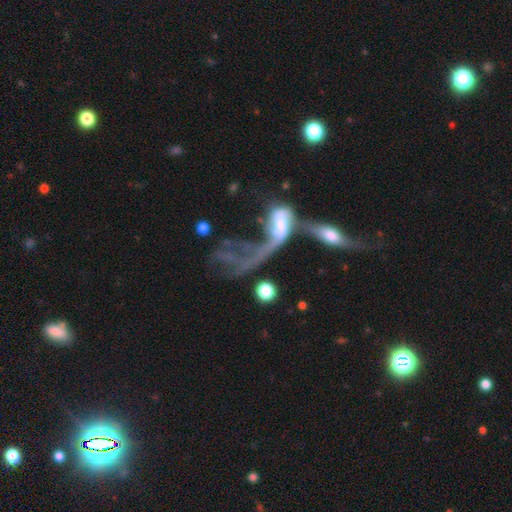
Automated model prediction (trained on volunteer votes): Smooth or featured: featured or disk — 60% (smooth — 22%)
Edge-on disk: no — 76% (yes — 24%)
Merging: merger — 57% (major disturbance — 24%)